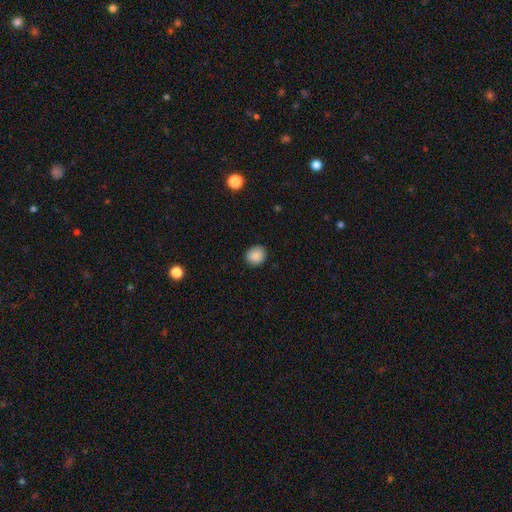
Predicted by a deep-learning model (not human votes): Smooth or featured: smooth — 88% (star or artifact — 9%)
How rounded: round — 79% (in between — 20%)
Merging: none — 89% (minor disturbance — 8%)